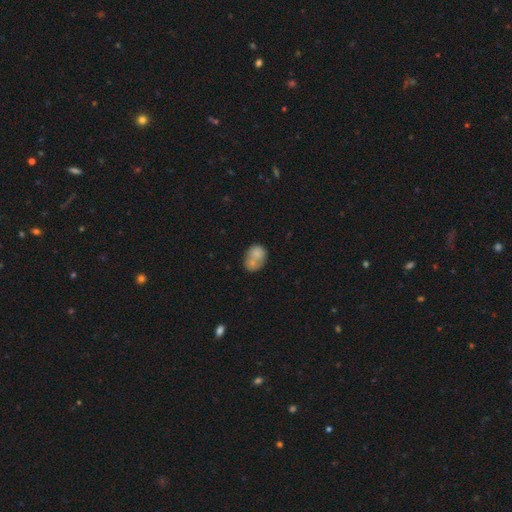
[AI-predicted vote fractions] The model was most divided on "how rounded": in between: 58%, round: 41%, cigar-shaped: 1%. Remaining: smooth or featured — smooth (73%); merging — merger (50%).